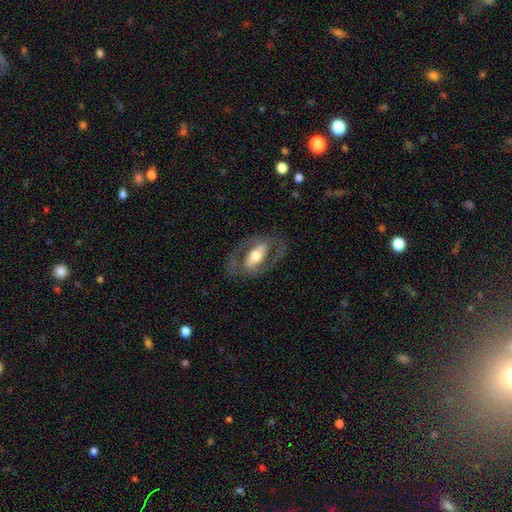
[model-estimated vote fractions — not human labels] Smooth or featured?
  - featured or disk: 70% *
  - smooth: 24%
  - star or artifact: 5%
Edge-on disk?
  - no: 90% *
  - yes: 10%
Bar?
  - strong: 42% *
  - no: 31%
  - weak: 26%
Spiral arms?
  - yes: 56% *
  - no: 44%
Bulge size?
  - moderate: 61% *
  - large: 23%
  - small: 12%
  - dominant: 2%
  - none: 1%
Merging?
  - none: 73% *
  - minor disturbance: 13%
  - major disturbance: 12%
  - merger: 1%